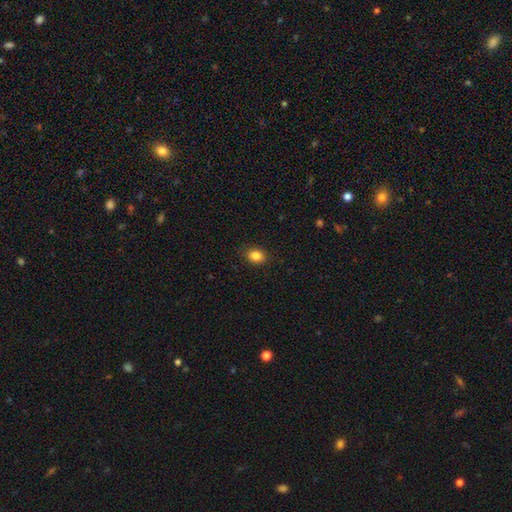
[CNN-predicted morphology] Smooth or featured?
  - smooth: 86% *
  - star or artifact: 10%
  - featured or disk: 4%
How rounded?
  - in between: 56% *
  - round: 43%
  - cigar-shaped: 1%
Merging?
  - none: 86% *
  - minor disturbance: 10%
  - major disturbance: 3%
  - merger: 1%